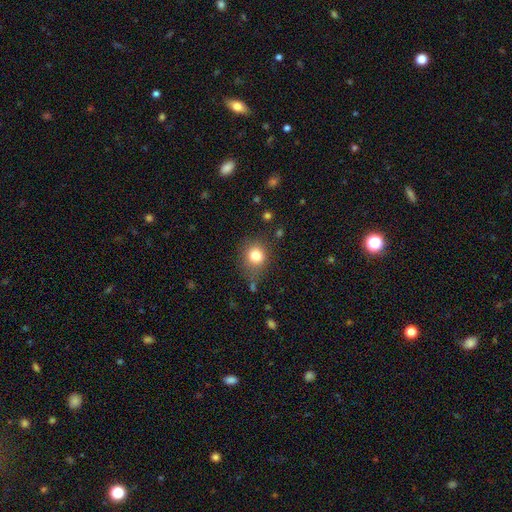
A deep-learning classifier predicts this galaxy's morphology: Q: Smooth or featured?
A: smooth (81%); runner-up: star or artifact (11%)
Q: How rounded?
A: round (77%); runner-up: in between (22%)
Q: Merging?
A: none (74%); runner-up: minor disturbance (17%)